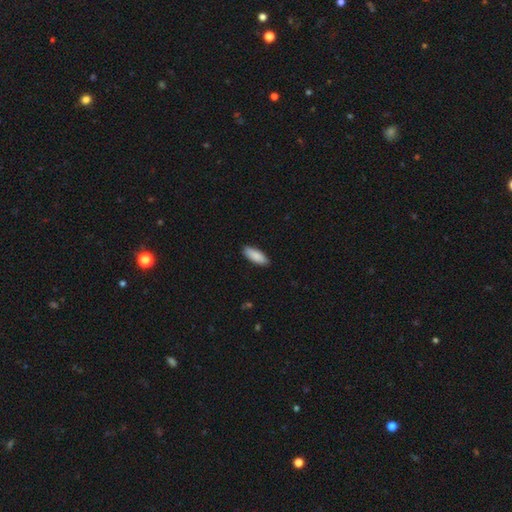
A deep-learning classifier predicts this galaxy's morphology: A smooth galaxy with no disk features (88%) that is in between round and cigar-shaped (71%). Merging: none (89%).